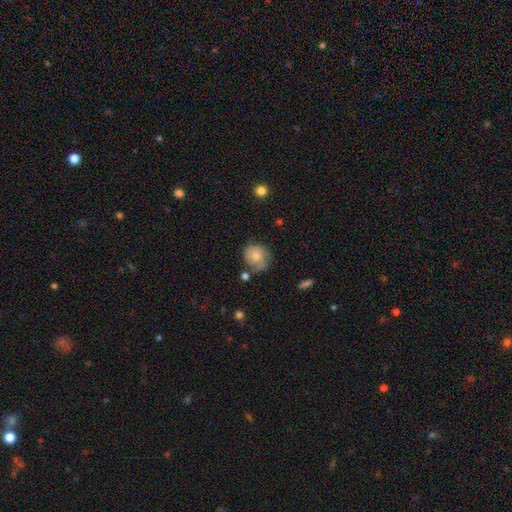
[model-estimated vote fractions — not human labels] Smooth or featured? smooth (63%)
How rounded? round (77%)
Merging? none (51%)